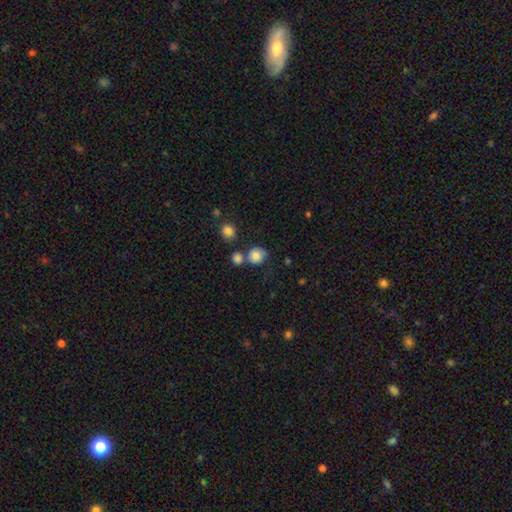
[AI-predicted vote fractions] Overall: smooth (80%). How rounded: round (79%). Merging: none (58%; merger 20%).